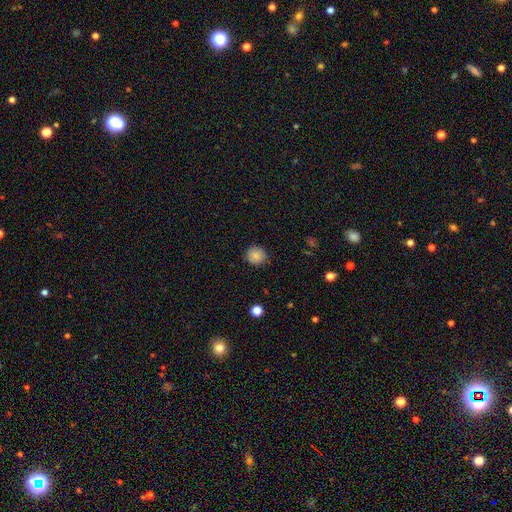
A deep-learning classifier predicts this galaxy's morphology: type=smooth (85%); roundness=round (92%); merging=none (88%).